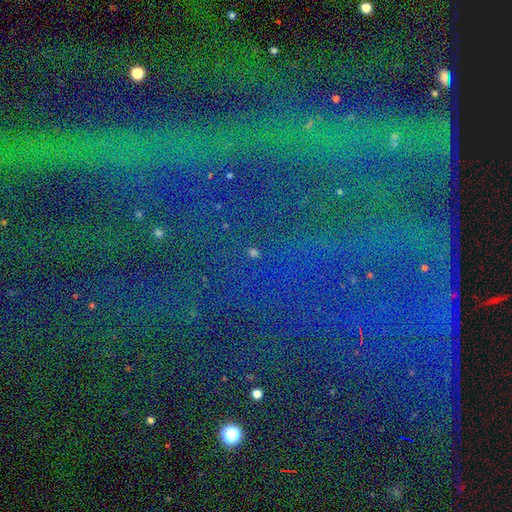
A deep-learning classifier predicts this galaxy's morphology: Q: Smooth or featured?
A: star or artifact (85%); runner-up: smooth (8%)